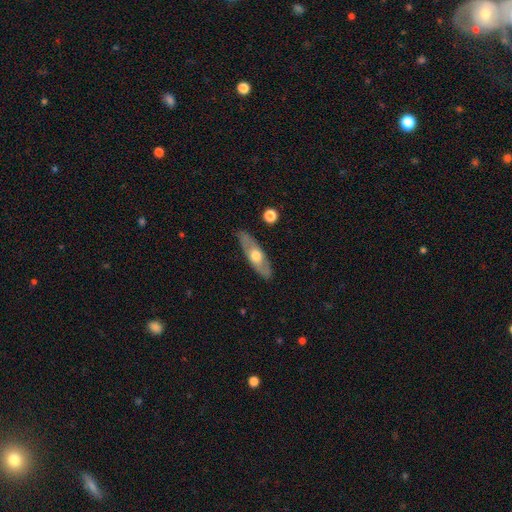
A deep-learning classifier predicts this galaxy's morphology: smooth-or-featured: featured or disk: 50% | smooth: 45% | star or artifact: 5%
  disk-edge-on: yes: 51% | no: 49%
  merging: none: 83% | minor disturbance: 13% | major disturbance: 3% | merger: 1%